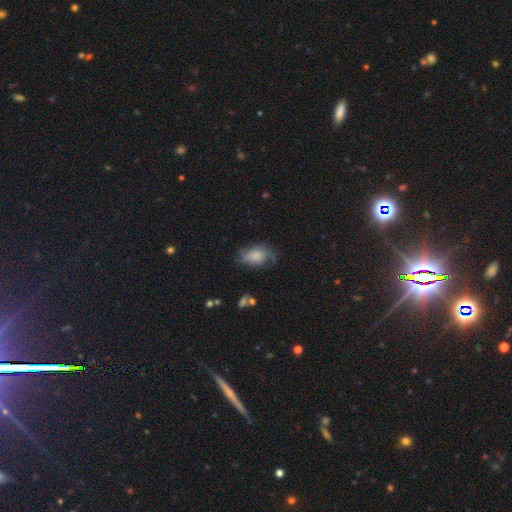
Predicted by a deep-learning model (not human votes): This is possibly a smooth galaxy (58%). How rounded: clearly in between (81%). Merging: possibly none (51%).